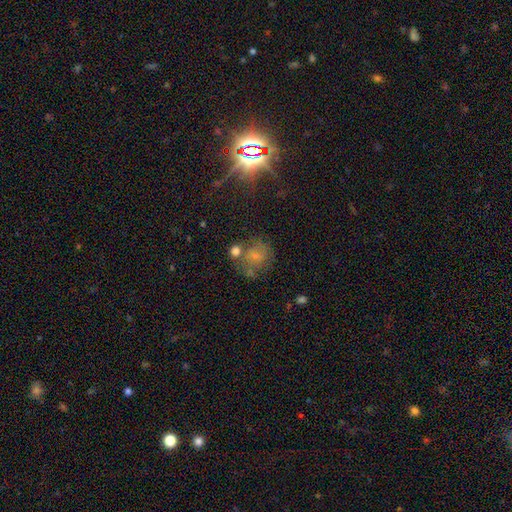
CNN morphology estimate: smooth-or-featured: smooth: 61% | featured or disk: 25% | star or artifact: 13%
  how-rounded: round: 75% | in between: 24% | cigar-shaped: 1%
  merging: none: 48% | minor disturbance: 19% | merger: 19% | major disturbance: 13%